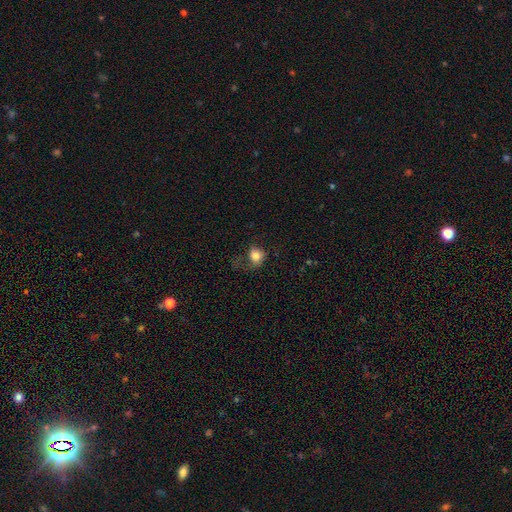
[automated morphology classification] Overall: smooth (80%). How rounded: round (63%; in between 36%). Merging: none (43%; major disturbance 27%).